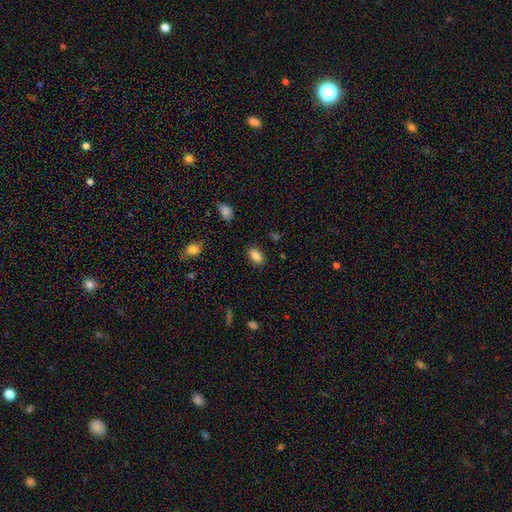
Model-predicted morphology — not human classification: This appears to be a smooth galaxy with no disk features (84%) that is in between round and cigar-shaped (89%). Merging: none (86%).